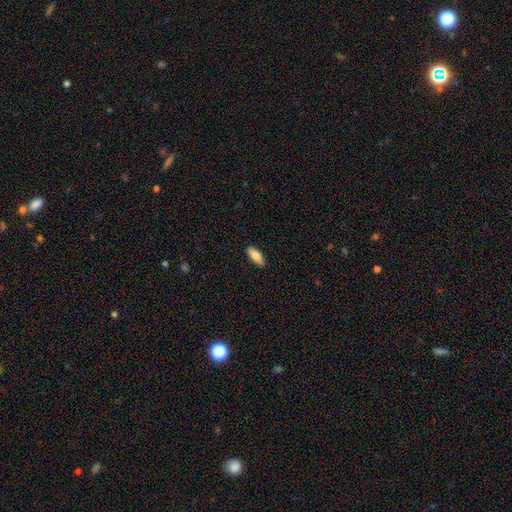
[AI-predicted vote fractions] Morphology: type=smooth (81%); roundness=in between (69%); merging=none (90%).